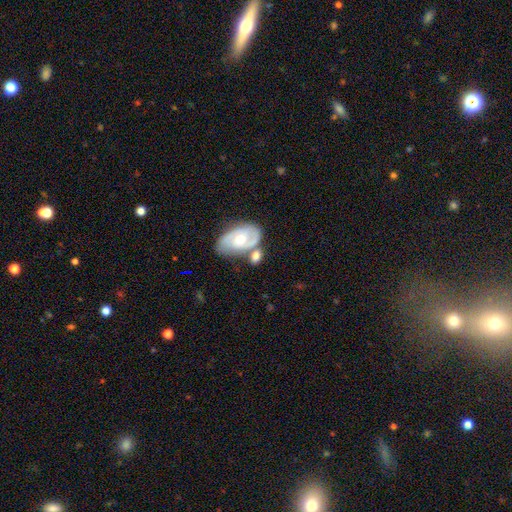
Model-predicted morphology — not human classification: smooth_or_featured: featured or disk (p=0.57) [alt: smooth p=0.36]
disk_edge_on: no (p=0.93) [alt: yes p=0.07]
bar: no (p=0.57) [alt: weak p=0.34]
has_spiral_arms: yes (p=0.81) [alt: no p=0.19]
bulge_size: moderate (p=0.63) [alt: small p=0.28]
merging: none (p=0.45) [alt: merger p=0.31]